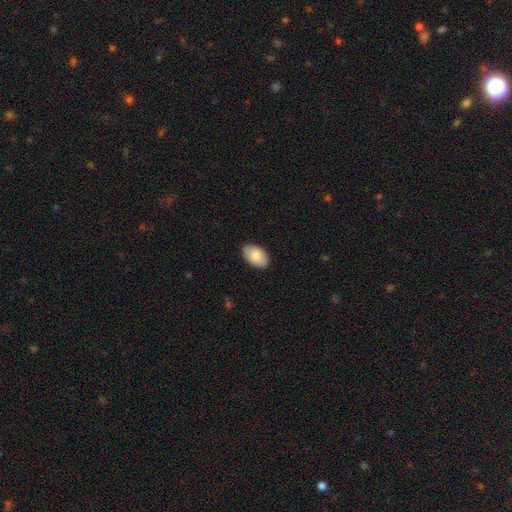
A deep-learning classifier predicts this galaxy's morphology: type=smooth (82%); roundness=in between (93%); merging=none (85%).